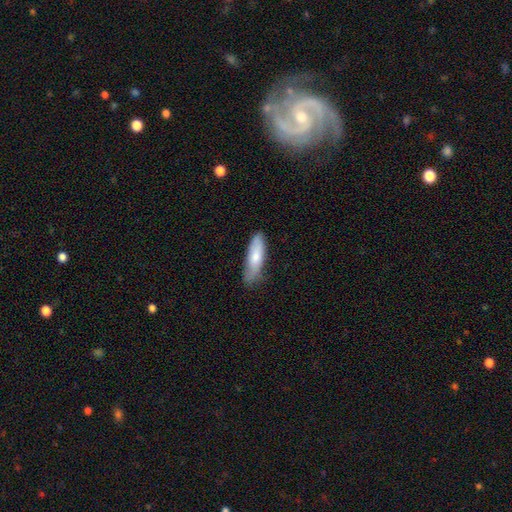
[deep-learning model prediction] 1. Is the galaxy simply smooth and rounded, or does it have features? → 74% smooth, 20% featured or disk, 6% star or artifact.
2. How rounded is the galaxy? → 55% cigar-shaped, 44% in between, 2% round.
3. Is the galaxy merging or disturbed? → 69% none, 25% minor disturbance, 5% major disturbance, 1% merger.